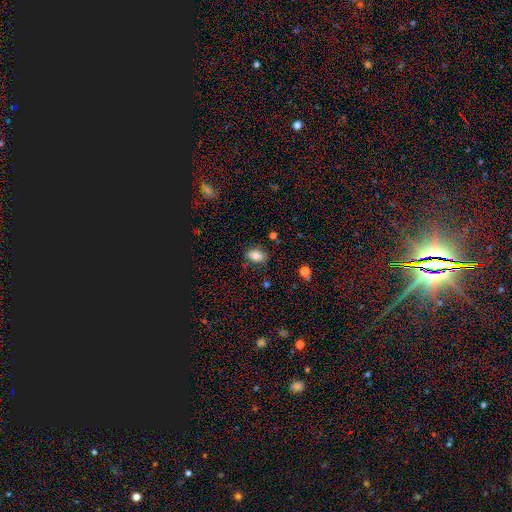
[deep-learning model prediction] A smooth galaxy with no disk features (80%) that is in between round and cigar-shaped (86%). Merging: none (80%).